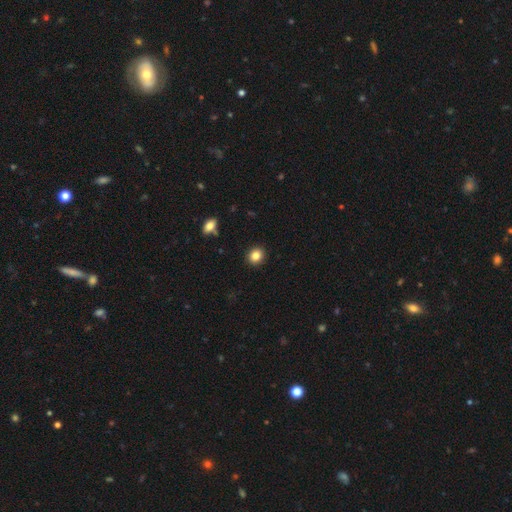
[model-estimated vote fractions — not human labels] Morphology: type=smooth (84%); roundness=round (80%); merging=none (92%).